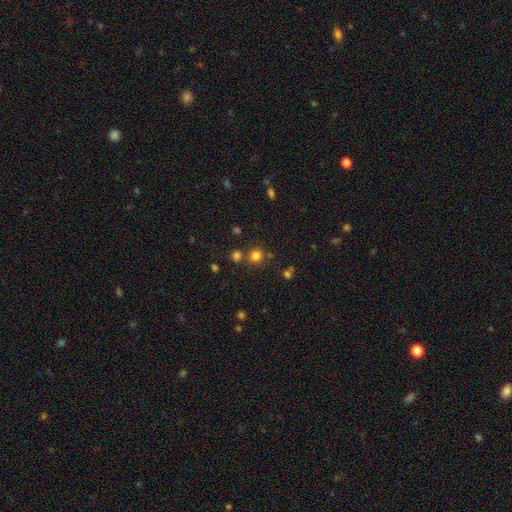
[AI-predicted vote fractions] A smooth galaxy with no disk features (77%) that is round (90%). Merging: none (73%).